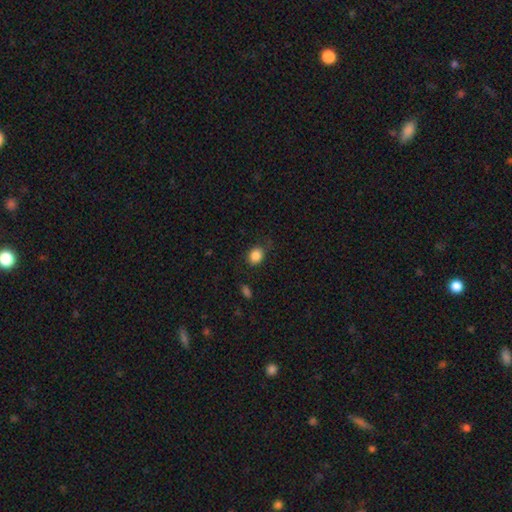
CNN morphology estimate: Smooth or featured? smooth (86%)
How rounded? round (59%)
Merging? none (77%)